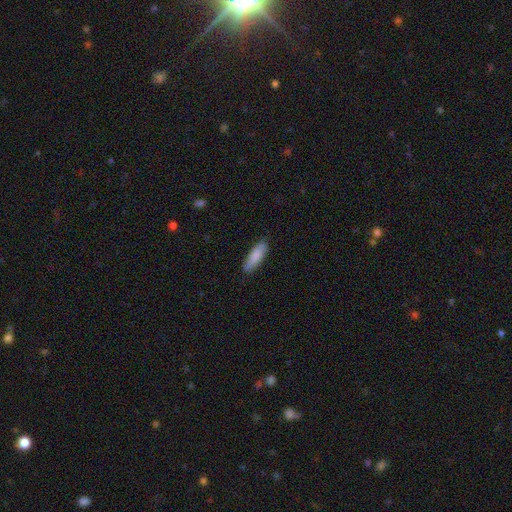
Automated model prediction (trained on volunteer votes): Q: Smooth or featured?
A: smooth (86%); runner-up: featured or disk (8%)
Q: How rounded?
A: in between (53%); runner-up: cigar-shaped (46%)
Q: Merging?
A: none (85%); runner-up: minor disturbance (12%)